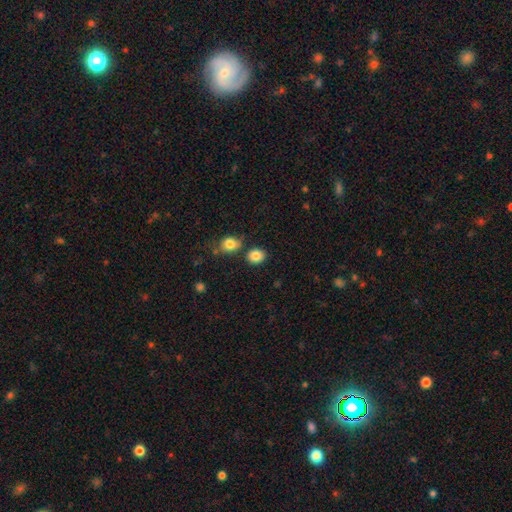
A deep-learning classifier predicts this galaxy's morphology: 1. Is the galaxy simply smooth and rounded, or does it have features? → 85% smooth, 10% star or artifact, 5% featured or disk.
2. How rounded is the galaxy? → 67% round, 32% in between, 1% cigar-shaped.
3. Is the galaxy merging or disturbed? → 76% none, 11% merger, 10% minor disturbance, 3% major disturbance.